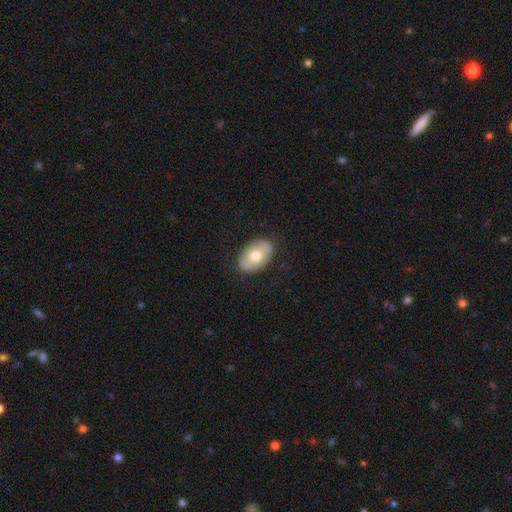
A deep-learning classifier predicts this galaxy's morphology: type=smooth (64%); roundness=in between (87%); merging=none (85%).